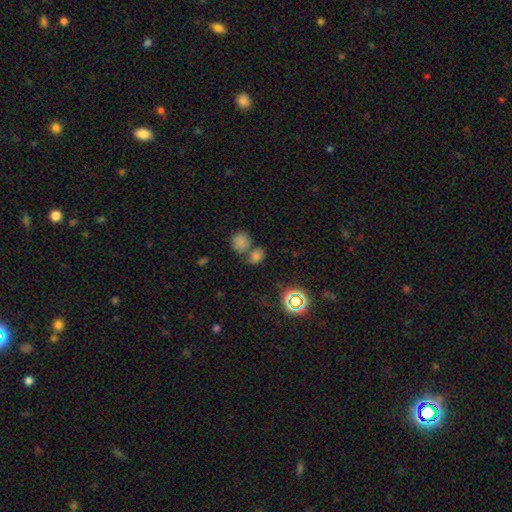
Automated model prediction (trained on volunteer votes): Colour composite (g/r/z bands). It shows a smooth galaxy with no disk features (70%) that is in between round and cigar-shaped (50%). Merging: merger (48%).